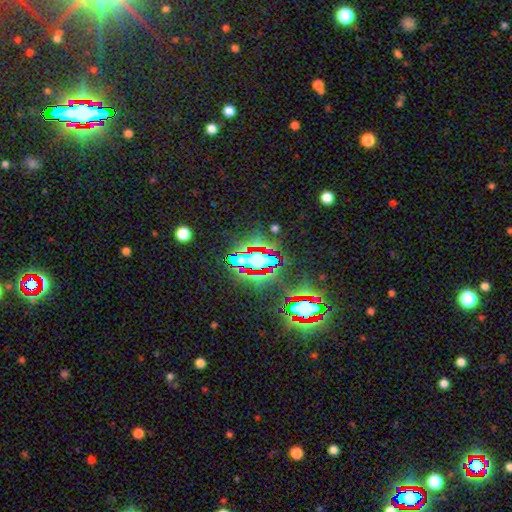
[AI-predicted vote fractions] Smooth or featured?
  - star or artifact: 69% *
  - smooth: 19%
  - featured or disk: 12%